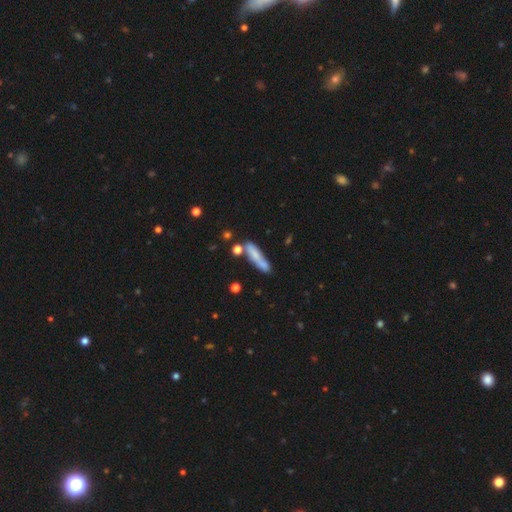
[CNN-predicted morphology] Smooth or featured? smooth (68%)
How rounded? cigar-shaped (77%)
Merging? none (59%)